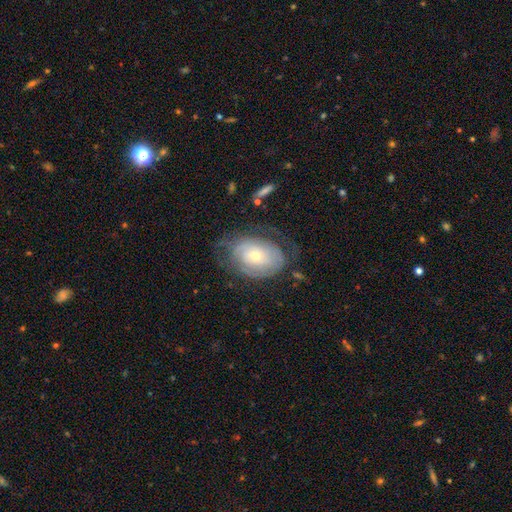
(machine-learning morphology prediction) smooth_or_featured: featured or disk (p=0.63) [alt: smooth p=0.30]
disk_edge_on: no (p=0.94) [alt: yes p=0.06]
bar: no (p=0.79) [alt: weak p=0.16]
has_spiral_arms: yes (p=0.67) [alt: no p=0.33]
bulge_size: small (p=0.55) [alt: moderate p=0.40]
merging: none (p=0.55) [alt: minor disturbance p=0.23]